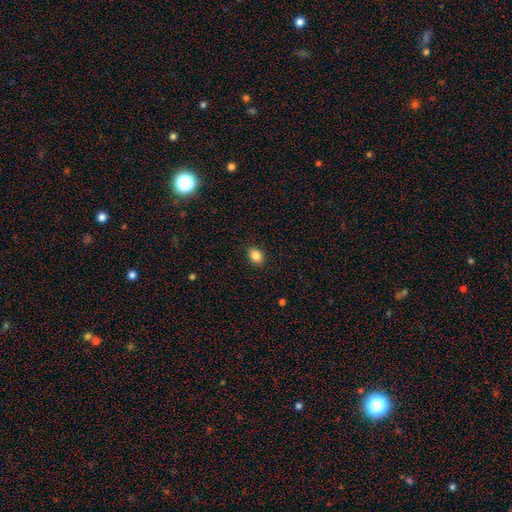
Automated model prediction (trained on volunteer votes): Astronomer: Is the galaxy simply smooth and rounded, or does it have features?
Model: smooth — 85%.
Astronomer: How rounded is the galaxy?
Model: in between — 55% (runner-up: round, 44%).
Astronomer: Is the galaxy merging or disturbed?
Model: none — 90%.